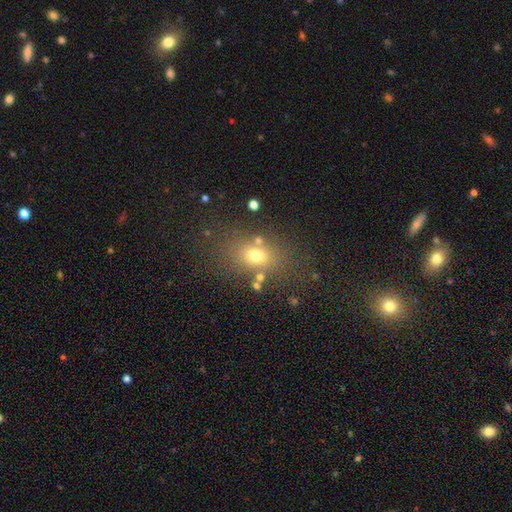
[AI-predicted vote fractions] Morphology: type=smooth (67%); roundness=in between (66%); merging=none (72%).